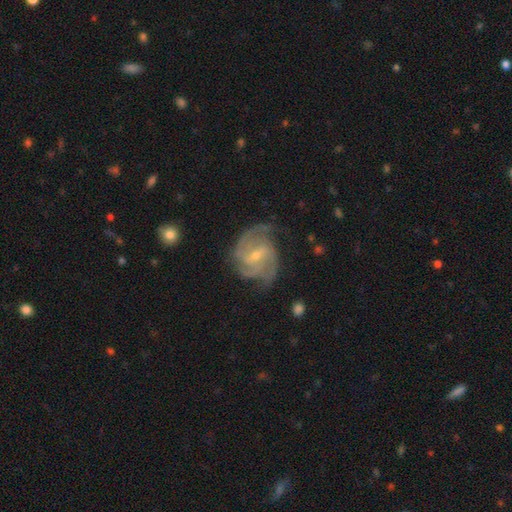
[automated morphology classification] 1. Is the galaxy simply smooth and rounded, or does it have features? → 89% featured or disk, 7% smooth, 5% star or artifact.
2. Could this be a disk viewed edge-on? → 98% no, 2% yes.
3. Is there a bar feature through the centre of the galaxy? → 57% weak, 24% no, 19% strong.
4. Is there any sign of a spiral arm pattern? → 97% yes, 3% no.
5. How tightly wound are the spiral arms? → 49% medium, 39% tight, 12% loose.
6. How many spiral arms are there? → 40% 3, 23% 2, 14% can't tell, 13% 4, 5% 1, 5% more than 4.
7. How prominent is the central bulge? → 61% small, 35% moderate, 2% none, 1% large, 1% dominant.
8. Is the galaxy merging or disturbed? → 67% none, 21% minor disturbance, 10% major disturbance, 2% merger.